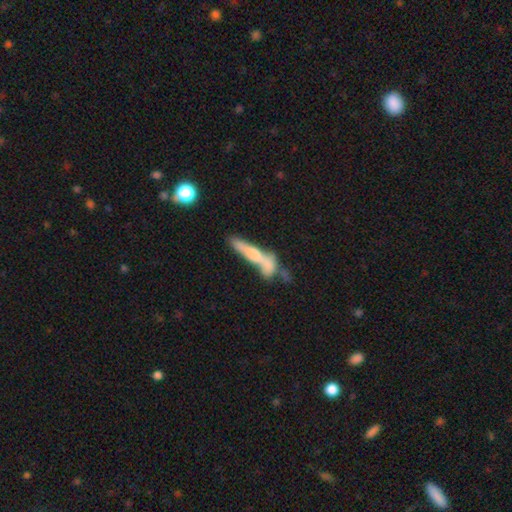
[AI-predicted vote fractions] Smooth or featured: featured or disk — 46% (tied with smooth — 46%)
Merging: none — 36% (merger — 33%)